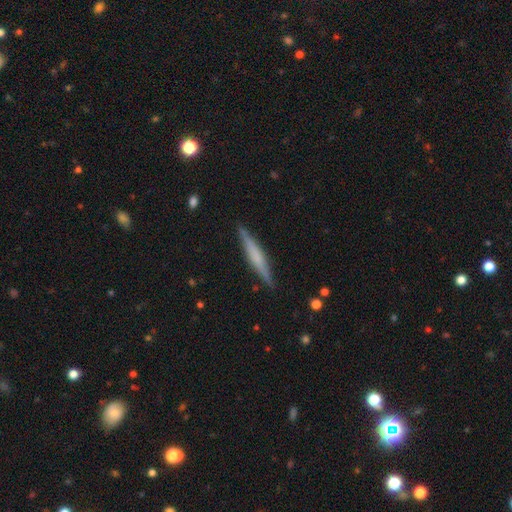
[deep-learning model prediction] A featured or disk galaxy (53%) viewed edge-on (97%) with no central bulge (43%). Merging: none (89%).